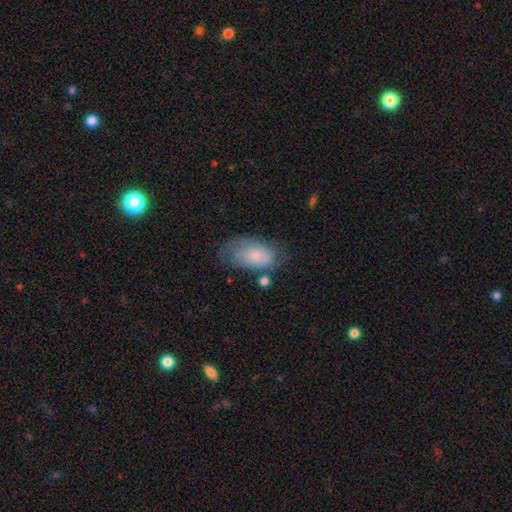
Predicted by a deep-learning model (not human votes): smooth-or-featured: smooth: 68% | featured or disk: 24% | star or artifact: 7%
  how-rounded: in between: 93% | round: 5% | cigar-shaped: 2%
  merging: none: 51% | minor disturbance: 29% | major disturbance: 15% | merger: 5%